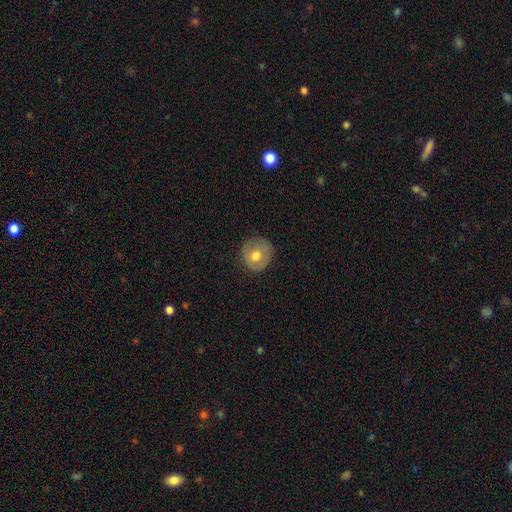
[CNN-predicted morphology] smooth-or-featured: smooth: 66% | featured or disk: 27% | star or artifact: 8%
  how-rounded: round: 92% | in between: 8% | cigar-shaped: 1%
  merging: none: 85% | minor disturbance: 11% | major disturbance: 3% | merger: 1%